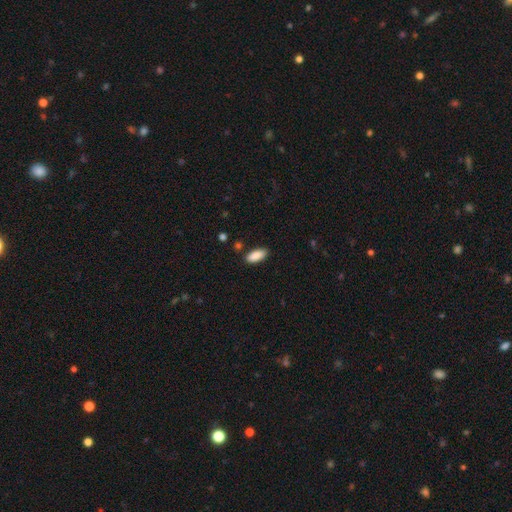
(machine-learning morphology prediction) The model was most divided on "how rounded": in between: 83%, cigar-shaped: 15%, round: 2%. More confident: smooth or featured — smooth (90%); merging — none (85%).